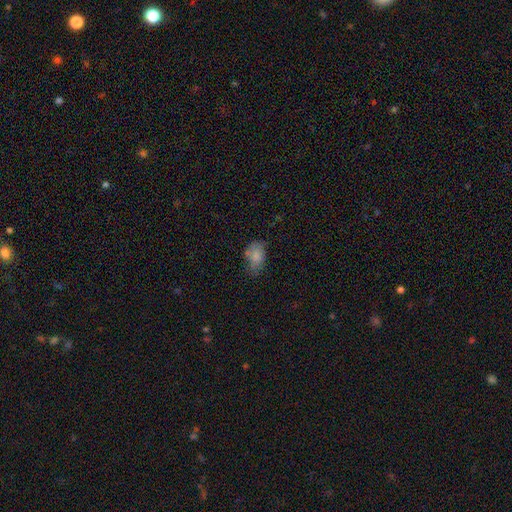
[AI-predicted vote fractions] Smooth or featured: smooth — 79% (featured or disk — 12%)
How rounded: in between — 87% (round — 11%)
Merging: none — 52% (minor disturbance — 32%)